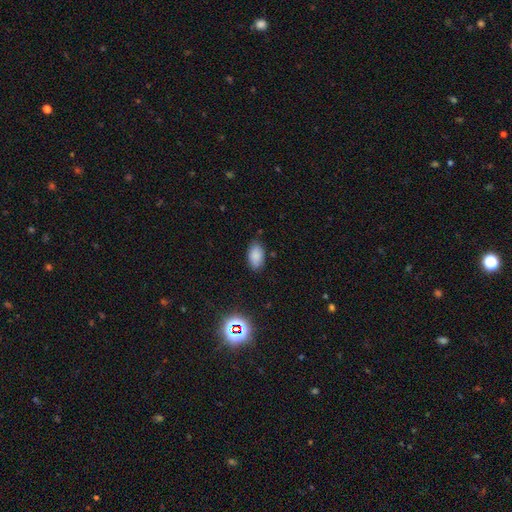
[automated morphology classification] This is clearly a smooth galaxy (85%). How rounded: clearly in between (93%). Merging: clearly none (81%).